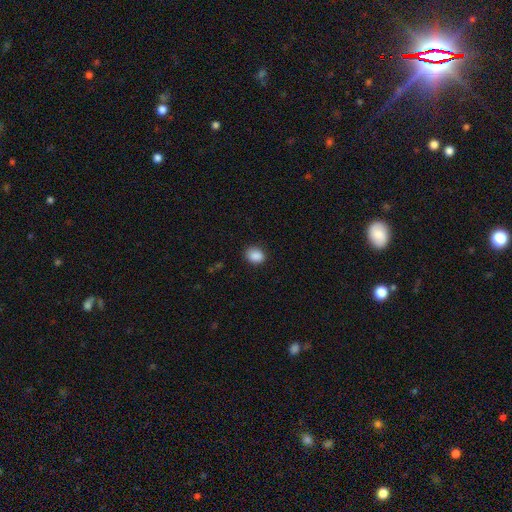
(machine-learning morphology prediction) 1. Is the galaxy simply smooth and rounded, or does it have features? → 88% smooth, 9% star or artifact, 3% featured or disk.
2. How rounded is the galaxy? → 52% in between, 47% round, 1% cigar-shaped.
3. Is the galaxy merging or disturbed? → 84% none, 13% minor disturbance, 3% major disturbance, 1% merger.